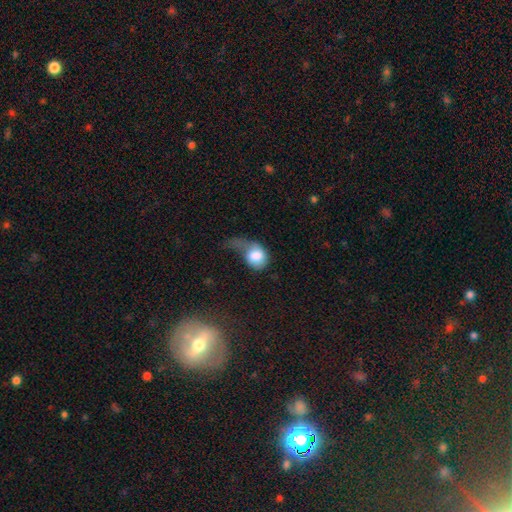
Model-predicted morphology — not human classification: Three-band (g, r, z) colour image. It shows a smooth galaxy with no disk features (71%) that is in between round and cigar-shaped (53%). Merging: major disturbance (60%).